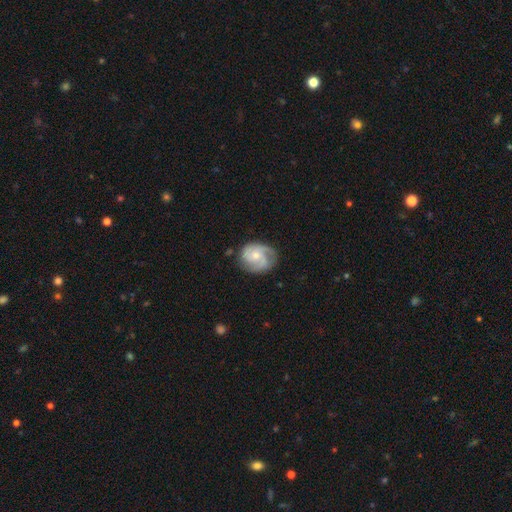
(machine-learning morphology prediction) Smooth or featured: featured or disk — 81% (smooth — 14%)
Edge-on disk: no — 98% (yes — 2%)
Bar: no — 69% (weak — 27%)
Spiral arms: yes — 97% (no — 3%)
Spiral winding: medium — 49% (tight — 38%)
Spiral arm count: 3 — 53% (2 — 29%)
Bulge size: small — 53% (moderate — 42%)
Merging: none — 73% (minor disturbance — 19%)